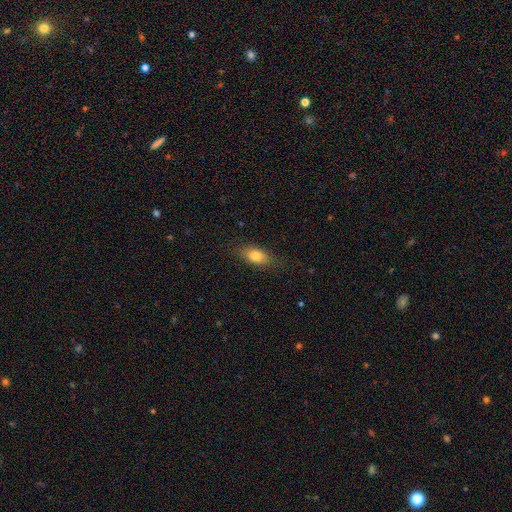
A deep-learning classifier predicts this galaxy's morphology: smooth_or_featured: smooth (p=0.79) [alt: featured or disk p=0.13]
how_rounded: in between (p=0.83) [alt: cigar-shaped p=0.09]
merging: none (p=0.80) [alt: minor disturbance p=0.15]